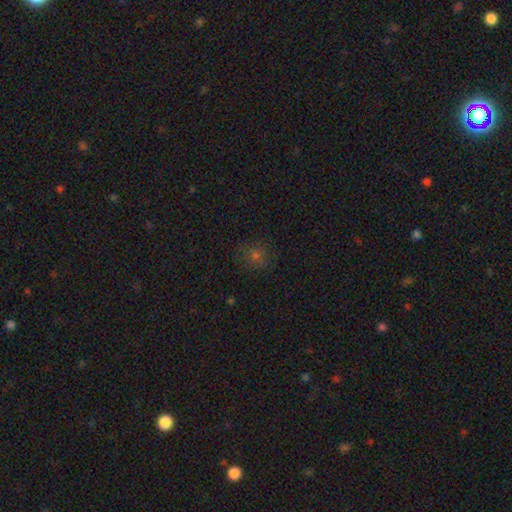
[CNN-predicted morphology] The model was most divided on "smooth or featured": smooth: 64%, star or artifact: 27%, featured or disk: 9%. More confident: how rounded — round (88%); merging — none (83%).